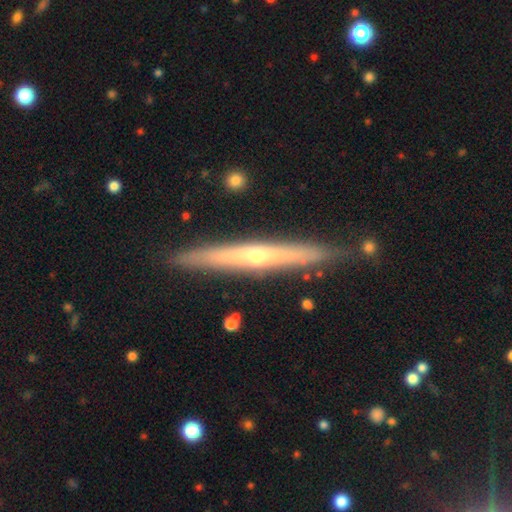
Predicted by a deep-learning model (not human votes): Smooth or featured? featured or disk (69%)
Edge-on disk? yes (94%)
Edge-on bulge? rounded (72%)
Merging? none (87%)